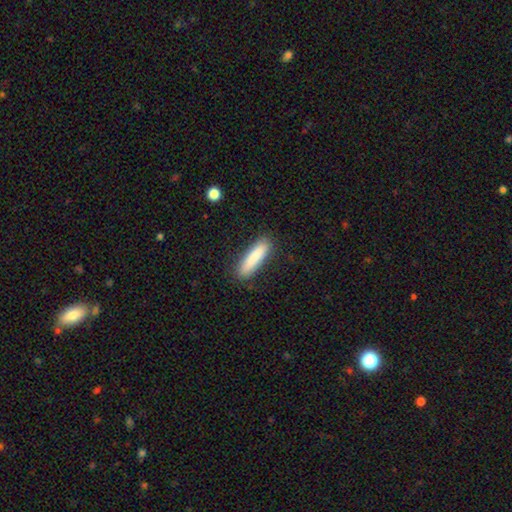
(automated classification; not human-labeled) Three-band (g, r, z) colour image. It shows a smooth galaxy with no disk features (84%) that is cigar-shaped (76%). Merging: none (86%).